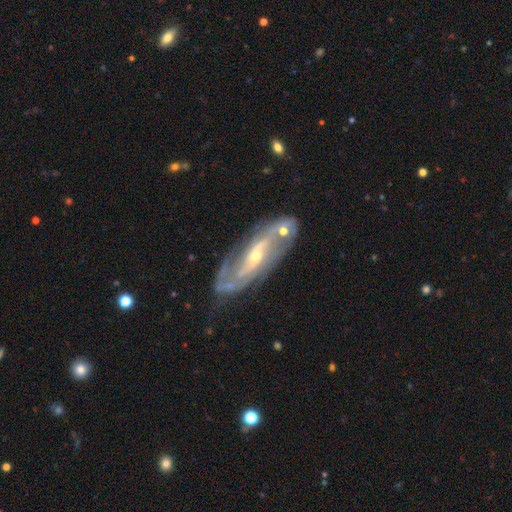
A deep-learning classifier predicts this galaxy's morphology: type=featured or disk (86%); edge-on=no (85%); bar=weak (35%, tied with strong); spiral arms=yes (93%); winding=medium (42%); arm count=2 (70%); bulge=small (63%); merging=none (67%).